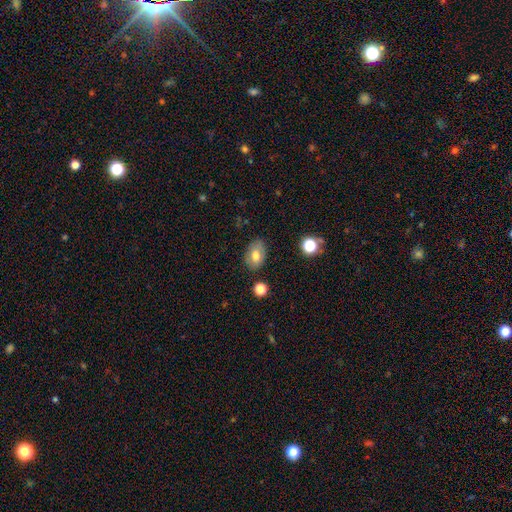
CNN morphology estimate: The model was most divided on "smooth or featured": smooth: 72%, featured or disk: 19%, star or artifact: 9%. More confident: how rounded — in between (83%); merging — none (81%).